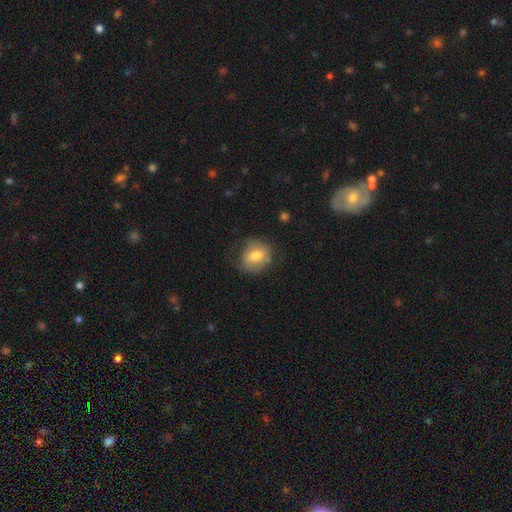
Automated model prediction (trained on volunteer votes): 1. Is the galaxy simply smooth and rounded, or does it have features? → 72% smooth, 20% featured or disk, 8% star or artifact.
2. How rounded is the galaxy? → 52% round, 47% in between, 1% cigar-shaped.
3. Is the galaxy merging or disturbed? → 56% none, 28% minor disturbance, 14% major disturbance, 2% merger.